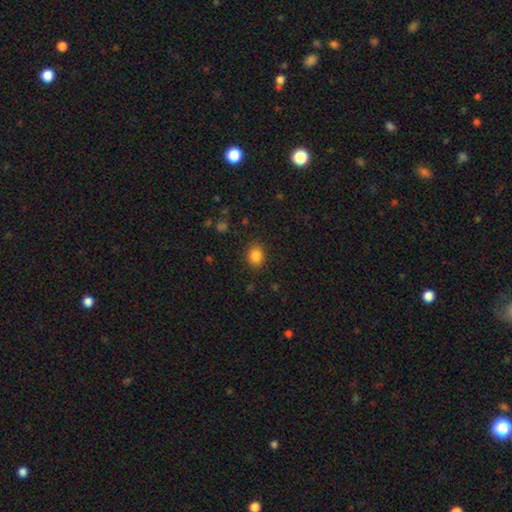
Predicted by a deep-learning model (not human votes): The model was most divided on "how rounded": in between: 50%, round: 49%, cigar-shaped: 1%. More confident: merging — none (87%); smooth or featured — smooth (85%).